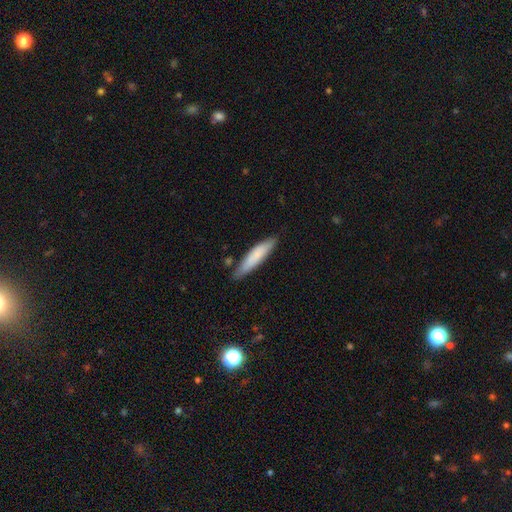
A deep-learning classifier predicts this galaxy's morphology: Smooth or featured? Predicted: smooth (p=0.77). How rounded? Predicted: cigar-shaped (p=0.83). Merging? Predicted: none (p=0.80).